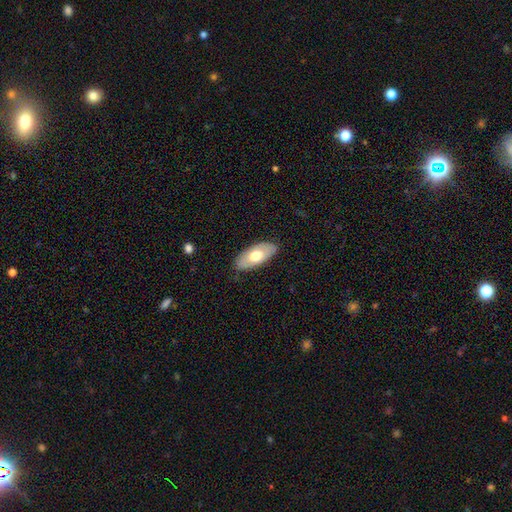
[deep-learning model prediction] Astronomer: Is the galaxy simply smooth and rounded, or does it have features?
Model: smooth — 62%.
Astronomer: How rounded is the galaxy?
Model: in between — 92%.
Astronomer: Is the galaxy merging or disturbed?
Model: none — 84%.